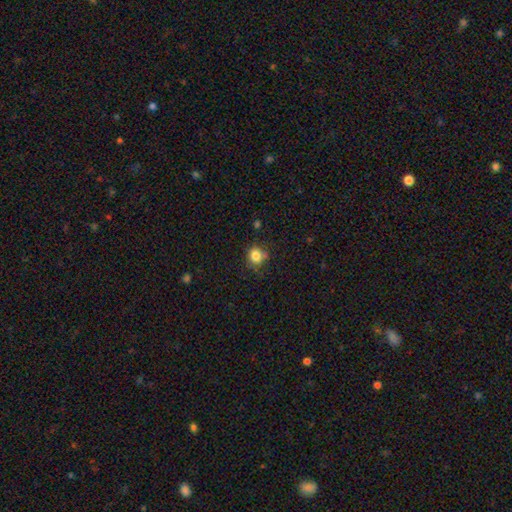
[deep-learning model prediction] Smooth or featured? Predicted: smooth (p=0.82). How rounded? Predicted: round (p=0.80). Merging? Predicted: none (p=0.70).